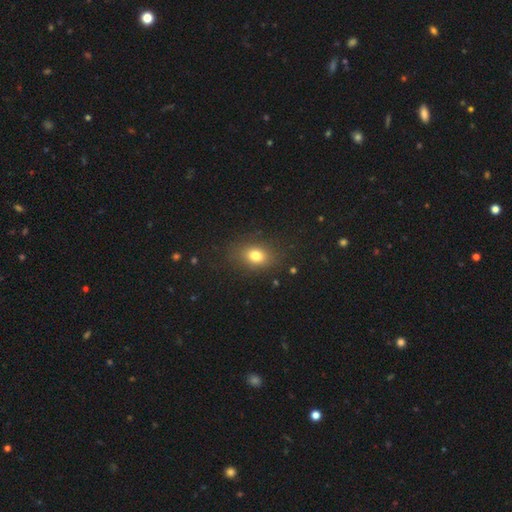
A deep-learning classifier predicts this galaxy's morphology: Smooth or featured? smooth (78%)
How rounded? in between (65%)
Merging? none (82%)